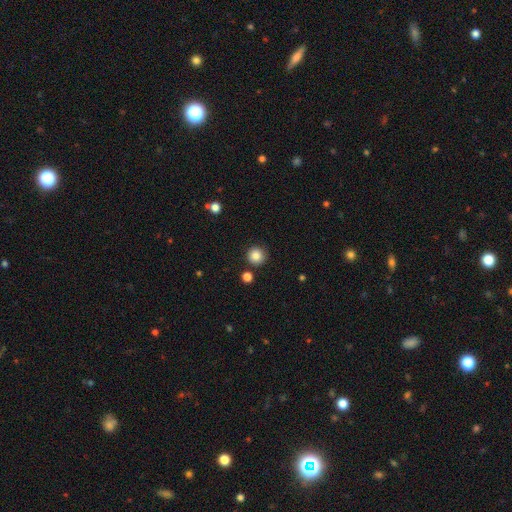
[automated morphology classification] A smooth galaxy with no disk features (85%) that is round (95%). Merging: none (86%).